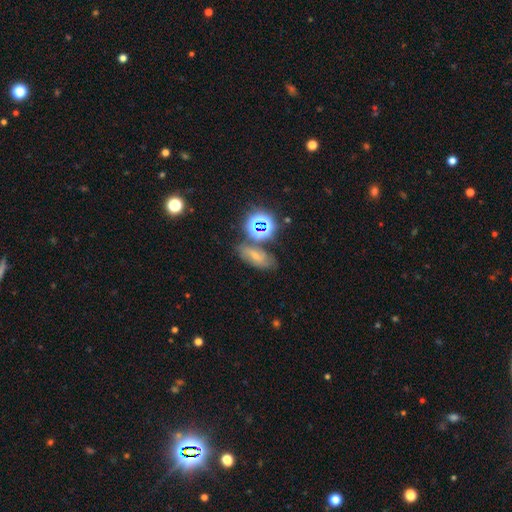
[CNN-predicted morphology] Smooth or featured?
  - smooth: 46% *
  - star or artifact: 29%
  - featured or disk: 25%
Merging?
  - none: 61% *
  - minor disturbance: 18%
  - merger: 13%
  - major disturbance: 7%